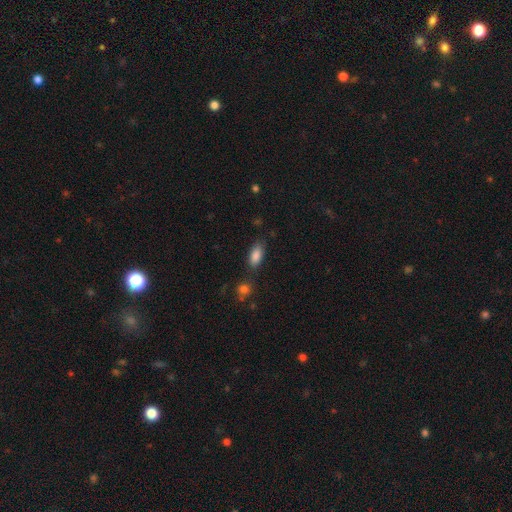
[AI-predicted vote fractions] A smooth galaxy with no disk features (86%) that is in between round and cigar-shaped (87%).

Vote fractions:
- Smooth or featured? smooth: 86% / star or artifact: 8% / featured or disk: 6%
- How rounded? in between: 87% / cigar-shaped: 10% / round: 3%
- Merging? none: 73% / minor disturbance: 18% / major disturbance: 5% / merger: 5%